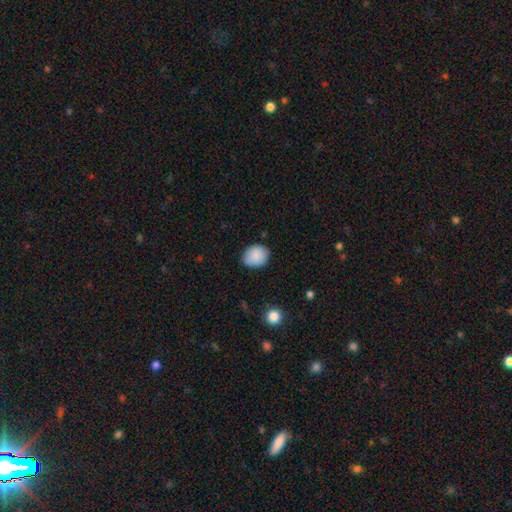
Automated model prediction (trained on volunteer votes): Q: Smooth or featured?
A: smooth (88%); runner-up: star or artifact (7%)
Q: How rounded?
A: round (51%); runner-up: in between (48%)
Q: Merging?
A: none (79%); runner-up: minor disturbance (17%)